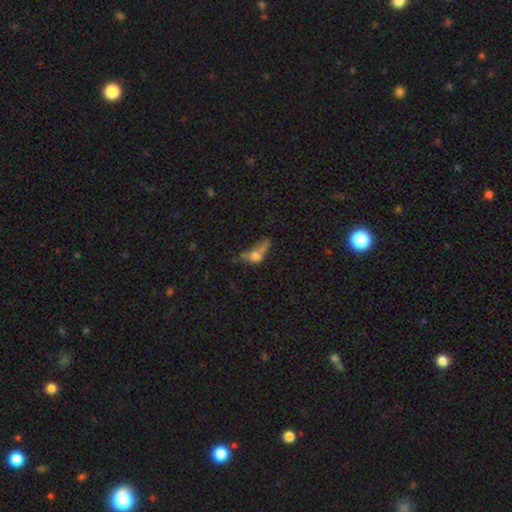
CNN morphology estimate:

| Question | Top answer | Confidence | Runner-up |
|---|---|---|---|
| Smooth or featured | smooth | 57% | featured or disk (28%) |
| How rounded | in between | 62% | round (22%) |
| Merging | merger | 34% | major disturbance (32%) |